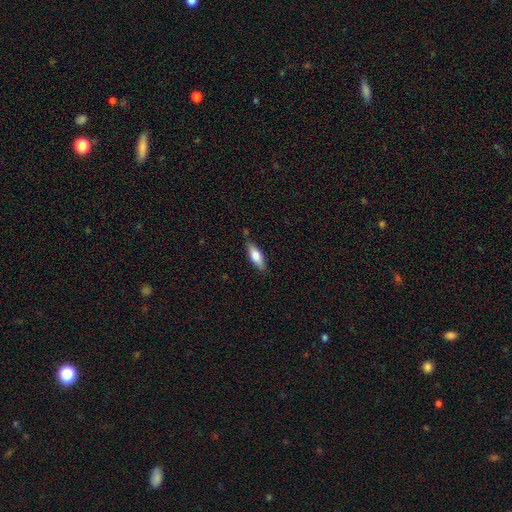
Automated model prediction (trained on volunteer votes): Q: Smooth or featured?
A: smooth (67%); runner-up: featured or disk (27%)
Q: How rounded?
A: in between (57%); runner-up: cigar-shaped (41%)
Q: Merging?
A: none (80%); runner-up: minor disturbance (15%)